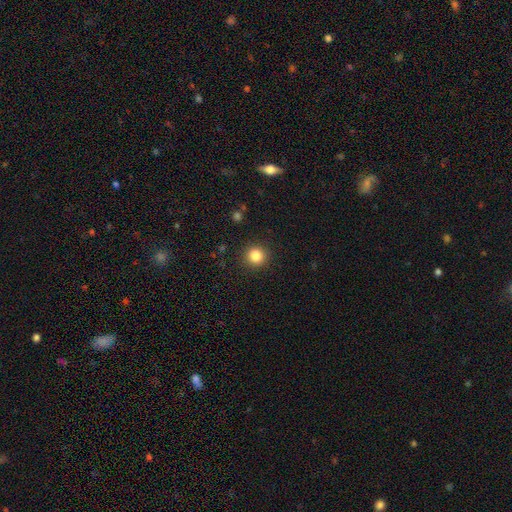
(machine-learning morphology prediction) This is clearly a smooth galaxy (85%). How rounded: clearly round (93%). Merging: clearly none (91%).